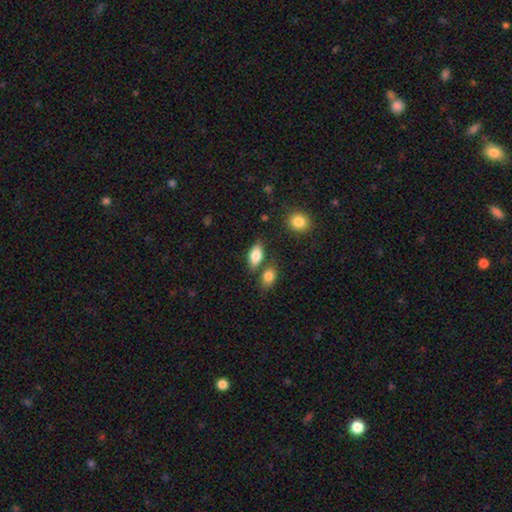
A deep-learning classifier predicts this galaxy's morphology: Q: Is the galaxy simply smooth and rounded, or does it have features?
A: smooth — 81%.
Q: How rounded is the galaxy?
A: in between — 87%.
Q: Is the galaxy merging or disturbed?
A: none — 70%.